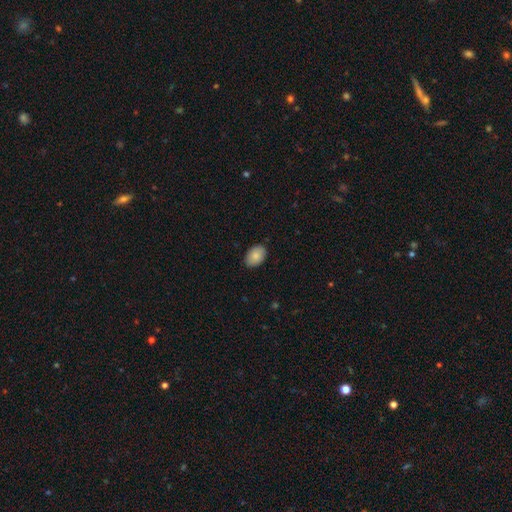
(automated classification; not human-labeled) A smooth galaxy with no disk features (86%) that is in between round and cigar-shaped (84%). Merging: none (85%).